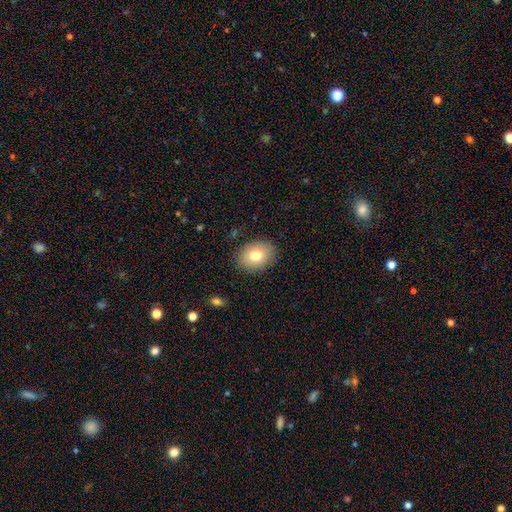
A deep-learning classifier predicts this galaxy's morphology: Smooth or featured: smooth — 77% (featured or disk — 14%)
How rounded: in between — 63% (round — 36%)
Merging: none — 86% (minor disturbance — 10%)